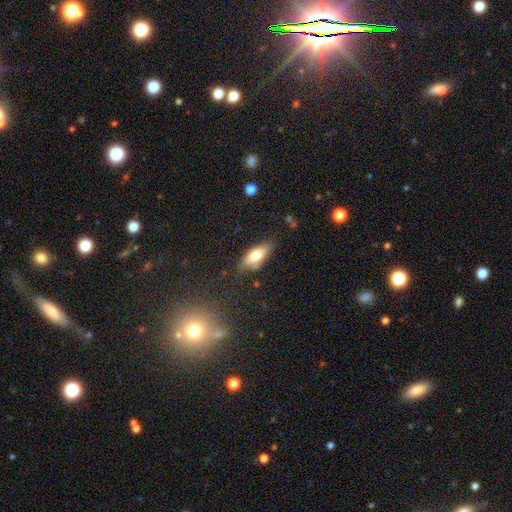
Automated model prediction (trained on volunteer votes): A smooth galaxy with no disk features (66%) that is in between round and cigar-shaped (71%).

Vote fractions:
- Smooth or featured? smooth: 66% / featured or disk: 26% / star or artifact: 8%
- How rounded? in between: 71% / cigar-shaped: 26% / round: 3%
- Merging? none: 71% / minor disturbance: 20% / major disturbance: 5% / merger: 3%